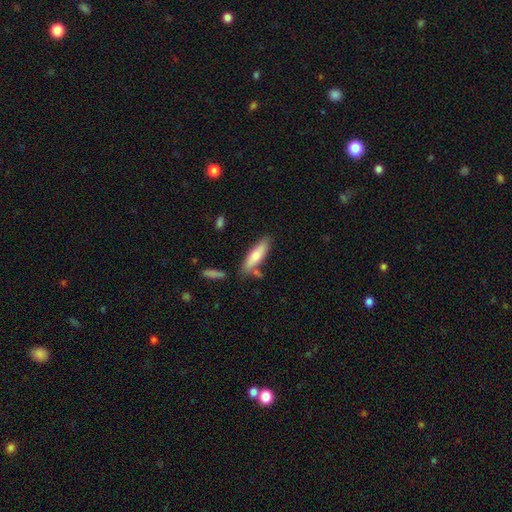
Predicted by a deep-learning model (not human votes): This appears to be a smooth galaxy with no disk features (69%) that is cigar-shaped (63%). Merging: none (75%).